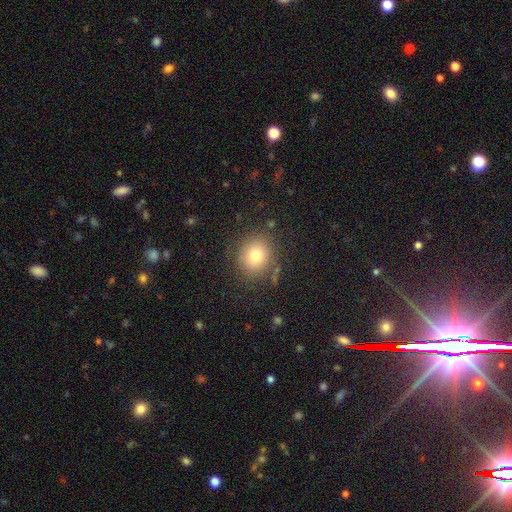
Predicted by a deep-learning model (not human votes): smooth_or_featured: smooth (p=0.76) [alt: star or artifact p=0.13]
how_rounded: round (p=0.83) [alt: in between p=0.16]
merging: none (p=0.83) [alt: minor disturbance p=0.11]